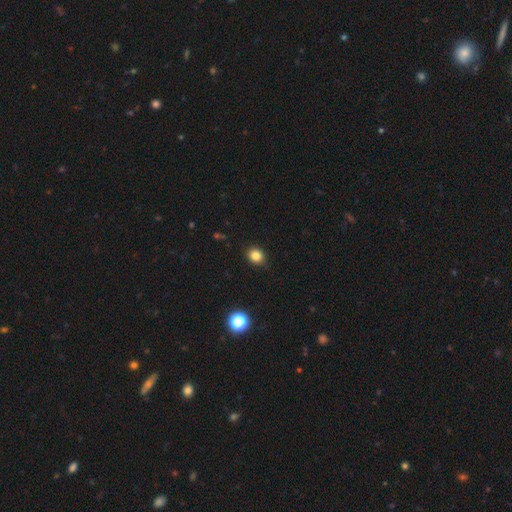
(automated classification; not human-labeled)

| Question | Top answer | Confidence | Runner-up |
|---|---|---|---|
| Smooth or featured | smooth | 83% | star or artifact (12%) |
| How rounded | round | 66% | in between (33%) |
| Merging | none | 89% | minor disturbance (8%) |